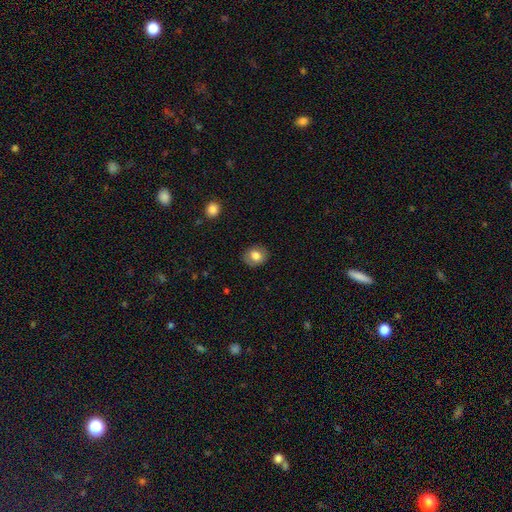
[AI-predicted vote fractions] Morphology: type=smooth (77%); roundness=round (57%); merging=none (85%).